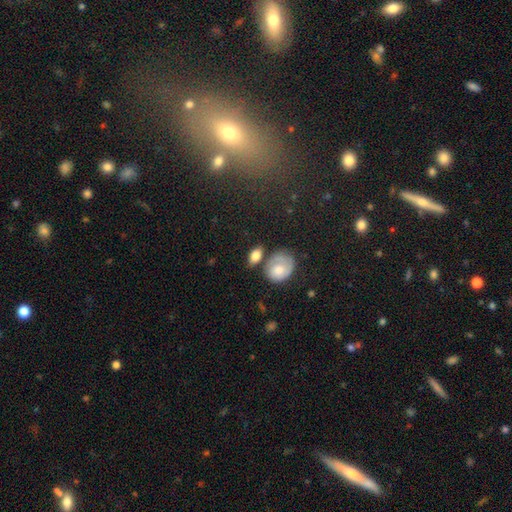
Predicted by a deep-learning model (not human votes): Smooth or featured? Predicted: smooth (p=0.79). How rounded? Predicted: in between (p=0.77). Merging? Predicted: none (p=0.58).